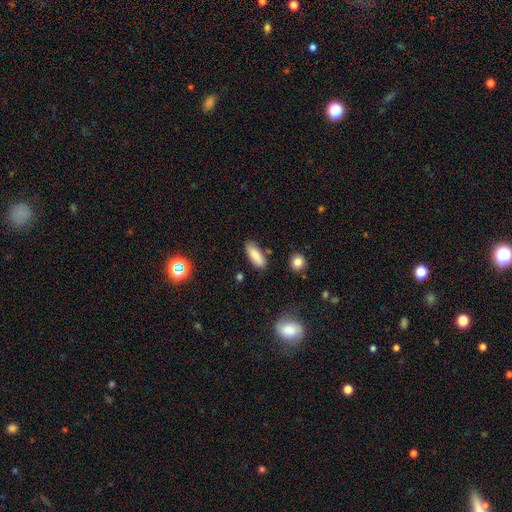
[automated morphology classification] Q: Smooth or featured?
A: smooth (84%); runner-up: featured or disk (8%)
Q: How rounded?
A: in between (75%); runner-up: cigar-shaped (23%)
Q: Merging?
A: none (80%); runner-up: minor disturbance (14%)